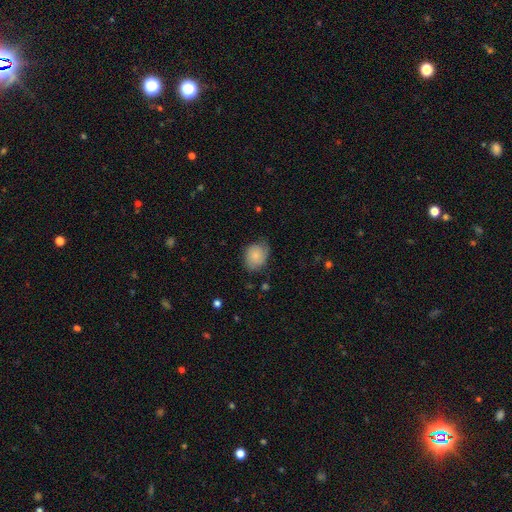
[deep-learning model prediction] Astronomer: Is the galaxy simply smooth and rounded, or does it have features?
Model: smooth — 78%.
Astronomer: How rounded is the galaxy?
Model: in between — 54% (runner-up: round, 45%).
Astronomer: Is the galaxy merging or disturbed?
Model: none — 65%.